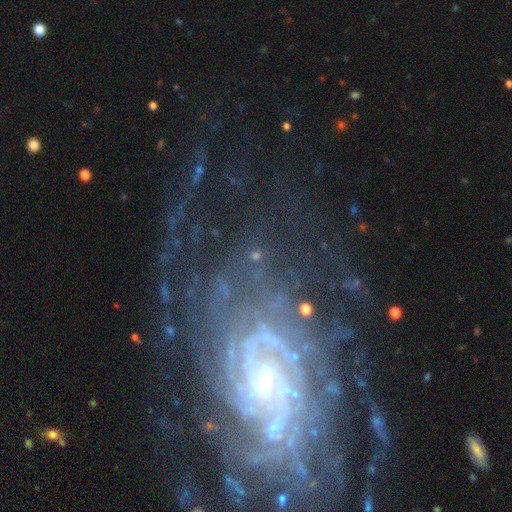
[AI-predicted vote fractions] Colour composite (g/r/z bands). It shows a star or artifact, not a galaxy (42%).